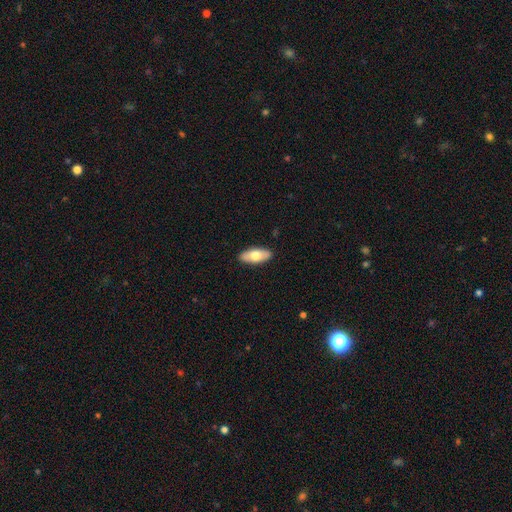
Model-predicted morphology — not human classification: Q: Smooth or featured?
A: smooth (68%); runner-up: featured or disk (26%)
Q: How rounded?
A: in between (85%); runner-up: cigar-shaped (12%)
Q: Merging?
A: none (89%); runner-up: minor disturbance (8%)